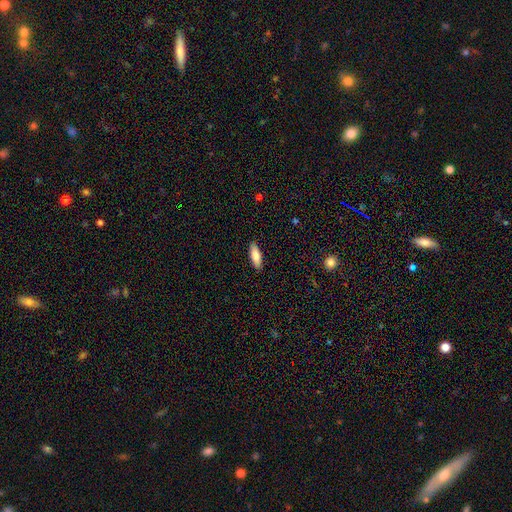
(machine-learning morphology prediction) Smooth or featured? smooth (79%)
How rounded? in between (58%)
Merging? none (89%)